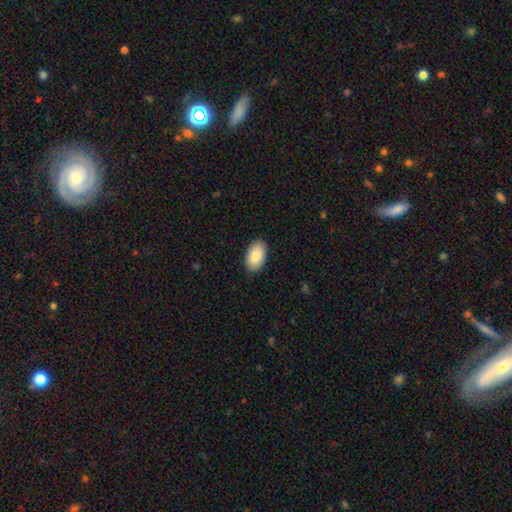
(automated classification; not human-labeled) smooth_or_featured: smooth (p=0.87) [alt: featured or disk p=0.07]
how_rounded: in between (p=0.94) [alt: round p=0.04]
merging: none (p=0.88) [alt: minor disturbance p=0.09]